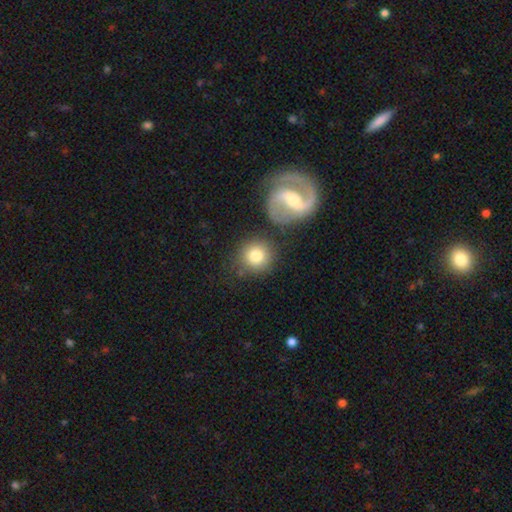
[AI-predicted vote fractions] The model was most divided on "merging": none: 71%, merger: 12%, minor disturbance: 11%, major disturbance: 5%. More confident: how rounded — round (91%); smooth or featured — smooth (77%).